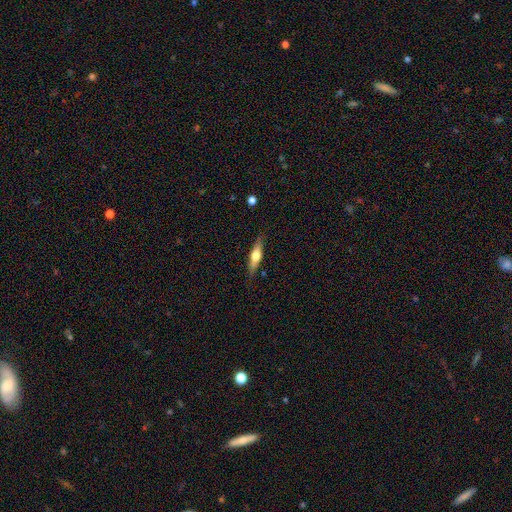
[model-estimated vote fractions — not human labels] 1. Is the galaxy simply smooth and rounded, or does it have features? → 49% featured or disk, 45% smooth, 6% star or artifact.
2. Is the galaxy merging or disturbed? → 84% none, 12% minor disturbance, 2% major disturbance, 1% merger.